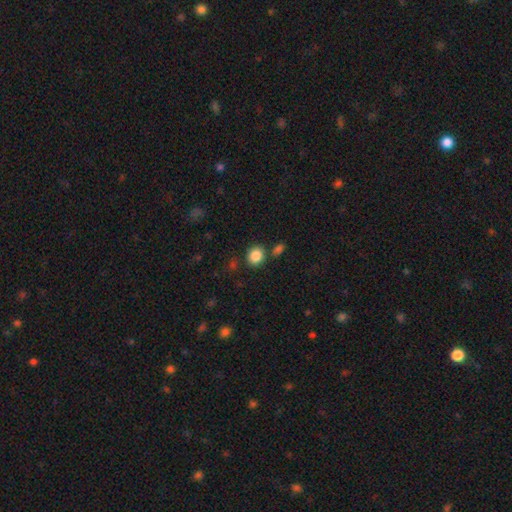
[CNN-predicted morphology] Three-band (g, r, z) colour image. It shows a smooth galaxy with no disk features (86%) that is round (68%). Merging: none (78%).